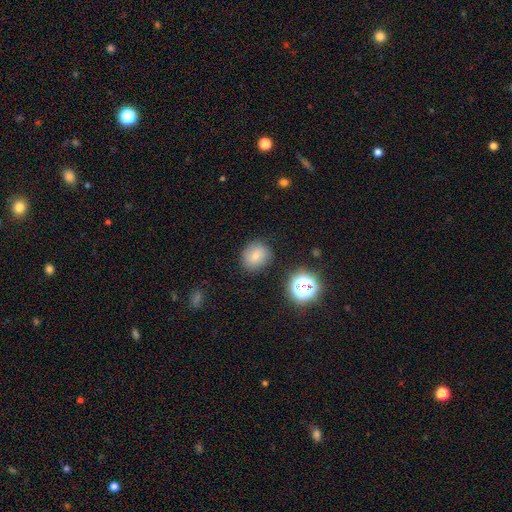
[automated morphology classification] Overall: smooth (76%). How rounded: round (79%). Merging: none (83%).